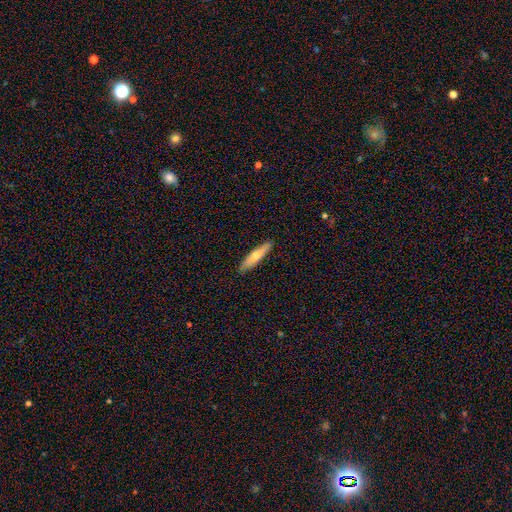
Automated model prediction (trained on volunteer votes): The model was most divided on "smooth or featured": smooth: 62%, featured or disk: 32%, star or artifact: 6%. More confident: merging — none (89%); how rounded — cigar-shaped (84%).